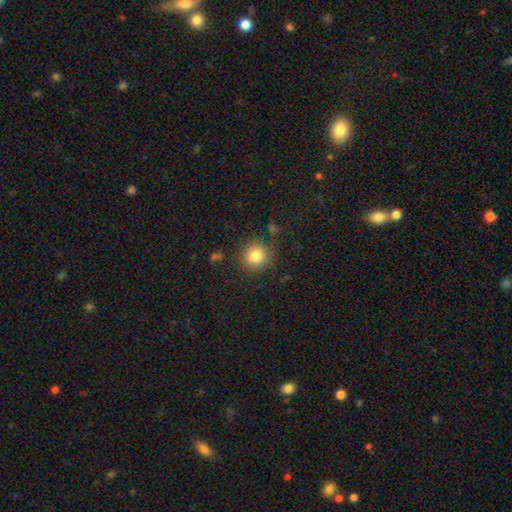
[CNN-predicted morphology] type=smooth (83%); roundness=round (92%); merging=none (85%).